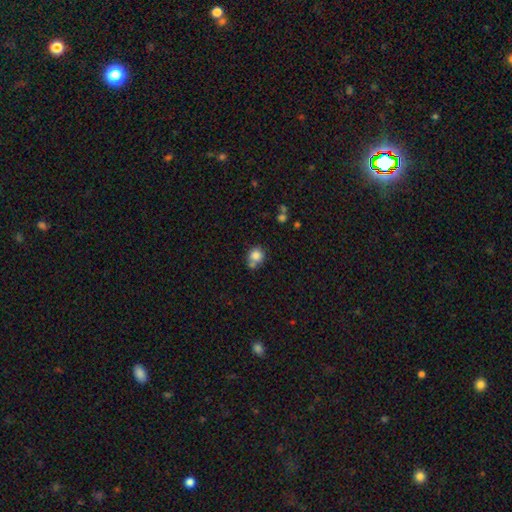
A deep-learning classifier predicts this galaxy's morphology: Smooth or featured? smooth (82%)
How rounded? round (84%)
Merging? none (54%)